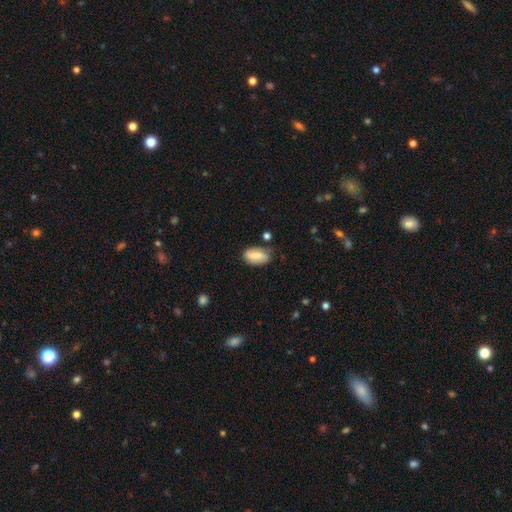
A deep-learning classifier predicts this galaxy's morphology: A smooth galaxy with no disk features (62%) that is in between round and cigar-shaped (88%).

Vote fractions:
- Smooth or featured? smooth: 62% / featured or disk: 30% / star or artifact: 8%
- How rounded? in between: 88% / cigar-shaped: 6% / round: 6%
- Merging? none: 73% / minor disturbance: 19% / major disturbance: 5% / merger: 3%